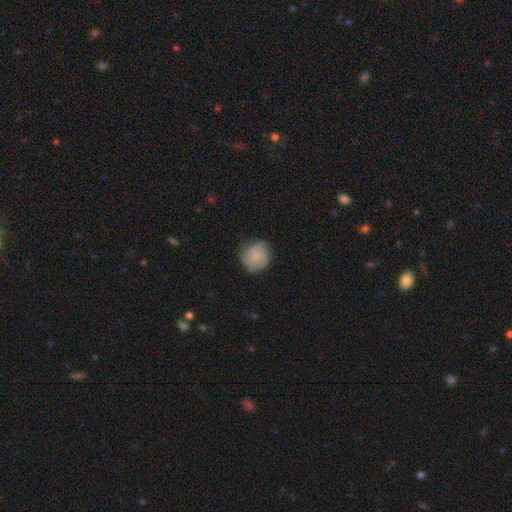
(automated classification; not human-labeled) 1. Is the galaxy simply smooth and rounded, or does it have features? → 63% smooth, 29% featured or disk, 8% star or artifact.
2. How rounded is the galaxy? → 85% round, 14% in between, 1% cigar-shaped.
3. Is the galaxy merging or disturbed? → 72% none, 21% minor disturbance, 6% major disturbance, 1% merger.